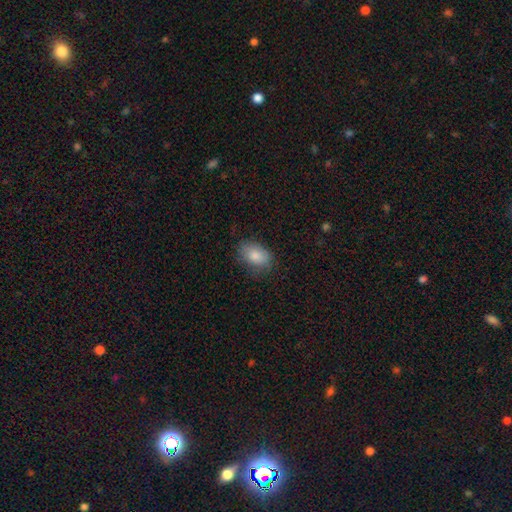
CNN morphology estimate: Smooth or featured: smooth — 84% (featured or disk — 8%)
How rounded: in between — 86% (round — 13%)
Merging: none — 75% (minor disturbance — 19%)